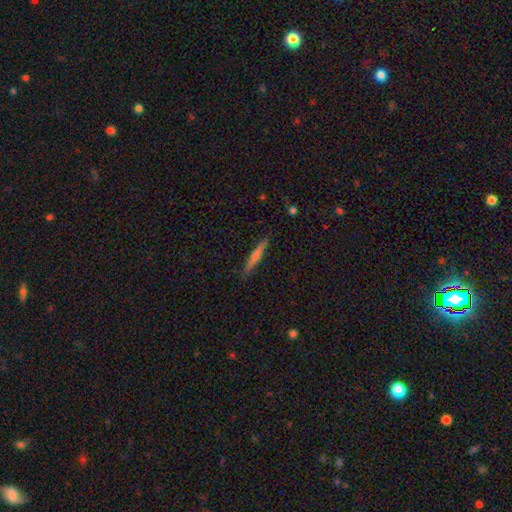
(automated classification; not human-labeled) Q: Smooth or featured?
A: smooth (50%); runner-up: featured or disk (44%)
Q: Merging?
A: none (90%); runner-up: minor disturbance (7%)